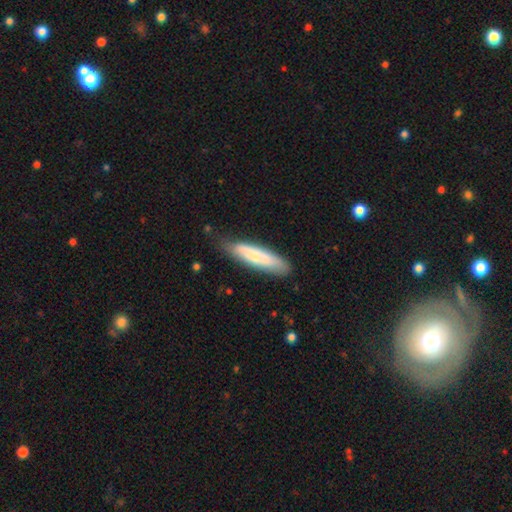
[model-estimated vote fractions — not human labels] Smooth or featured: smooth — 67% (featured or disk — 27%)
How rounded: cigar-shaped — 74% (in between — 25%)
Merging: none — 73% (minor disturbance — 21%)